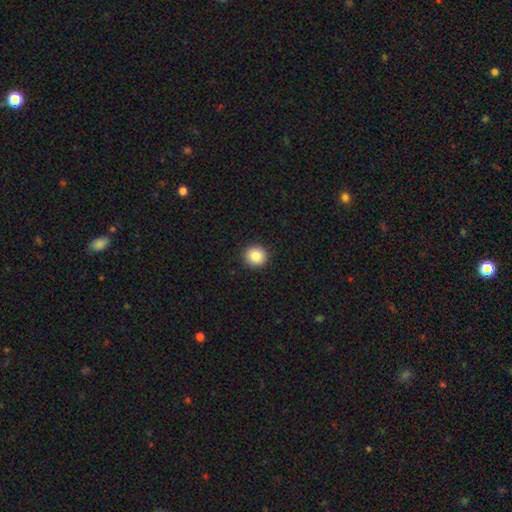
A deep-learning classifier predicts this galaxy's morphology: A smooth galaxy with no disk features (85%) that is round (93%).

Vote fractions:
- Smooth or featured? smooth: 85% / star or artifact: 9% / featured or disk: 6%
- How rounded? round: 93% / in between: 6% / cigar-shaped: 1%
- Merging? none: 93% / minor disturbance: 5% / major disturbance: 1% / merger: 1%